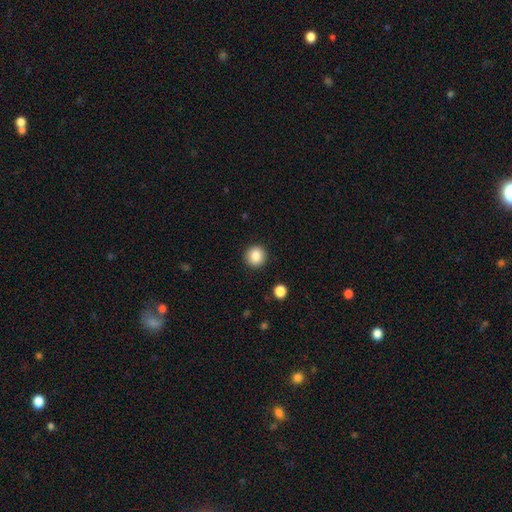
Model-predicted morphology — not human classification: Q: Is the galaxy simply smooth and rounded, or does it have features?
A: smooth — 86%.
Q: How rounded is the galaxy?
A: round — 92%.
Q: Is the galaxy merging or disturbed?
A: none — 92%.